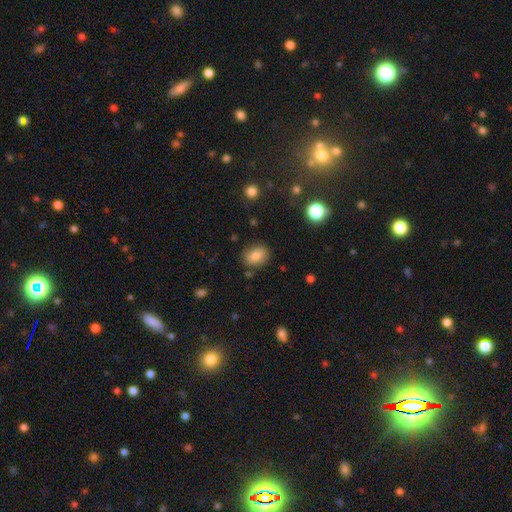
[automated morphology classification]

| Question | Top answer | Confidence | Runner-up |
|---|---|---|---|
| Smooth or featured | smooth | 82% | star or artifact (10%) |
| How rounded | in between | 61% | round (38%) |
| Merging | none | 81% | minor disturbance (12%) |